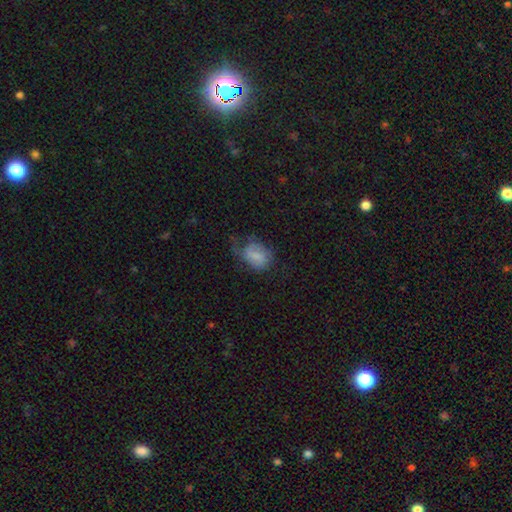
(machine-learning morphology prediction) smooth-or-featured: smooth: 63% | featured or disk: 28% | star or artifact: 9%
  how-rounded: in between: 67% | round: 32% | cigar-shaped: 1%
  merging: major disturbance: 33% | none: 32% | minor disturbance: 32% | merger: 2%